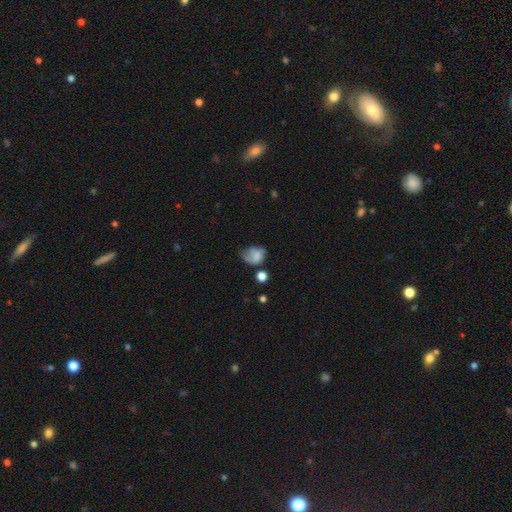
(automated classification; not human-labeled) A smooth galaxy with no disk features (68%) that is in between round and cigar-shaped (66%). Merging: minor disturbance (34%).